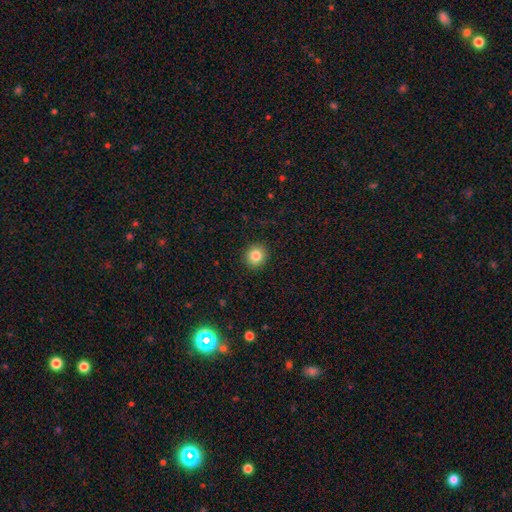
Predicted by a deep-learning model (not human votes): Overall: smooth (84%). How rounded: round (90%). Merging: none (92%).